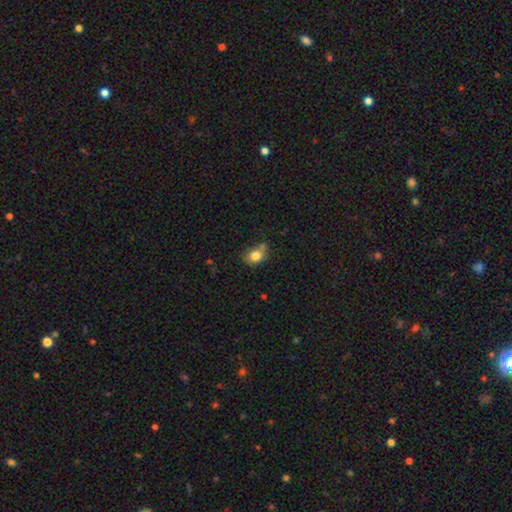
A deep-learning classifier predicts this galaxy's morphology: Smooth or featured? Predicted: smooth (p=0.81). How rounded? Predicted: in between (p=0.50). Merging? Predicted: none (p=0.58).